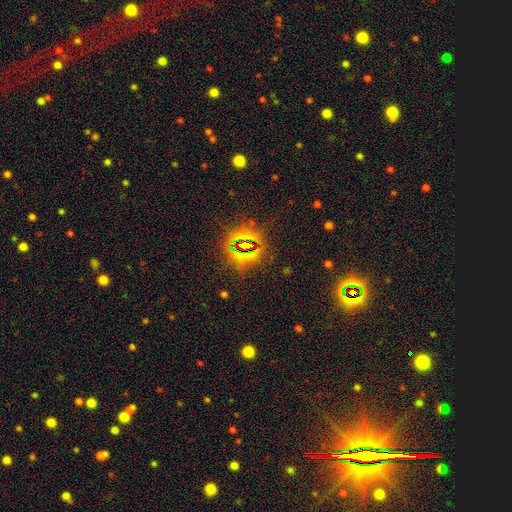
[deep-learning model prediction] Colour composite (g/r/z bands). It shows a star or artifact, not a galaxy (79%).